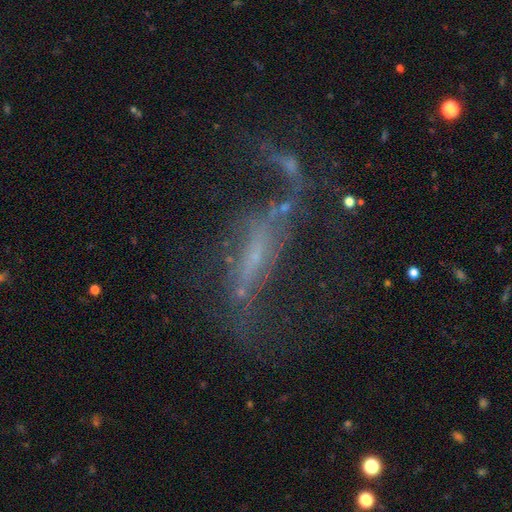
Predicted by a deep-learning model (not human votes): A featured or disk galaxy (69%) with no bar (39%), spiral arms (60%) and a small central bulge (53%). Merging: none (37%).